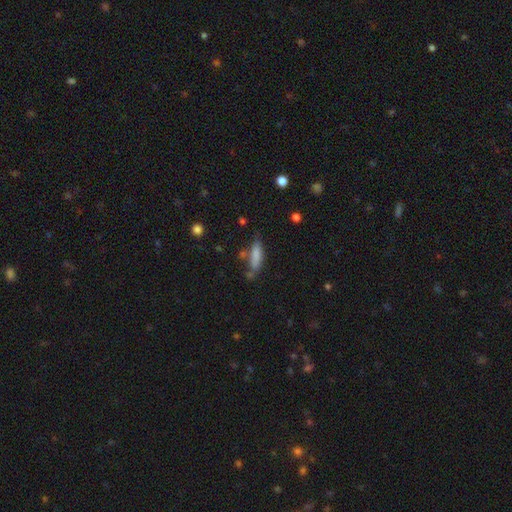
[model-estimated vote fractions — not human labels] smooth 78%, featured or disk 14%, star or artifact 7%. Down the decision tree: how rounded — cigar-shaped (56%); merging — none (62%).